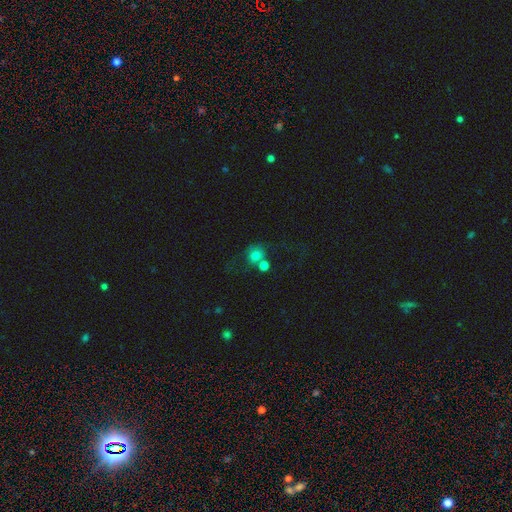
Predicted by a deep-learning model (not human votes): smooth 73%, featured or disk 14%, star or artifact 13%. Down the decision tree: how rounded — round (80%); merging — none (39%).